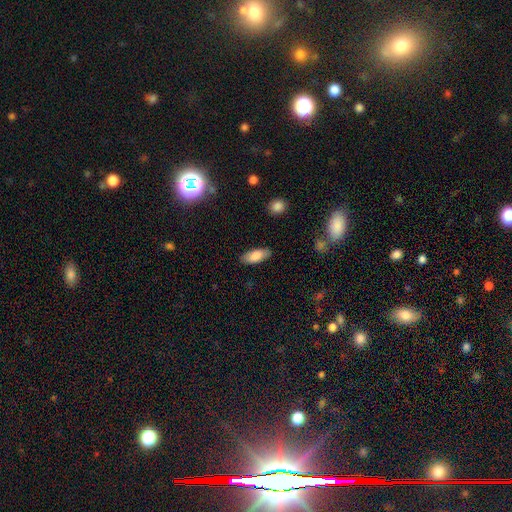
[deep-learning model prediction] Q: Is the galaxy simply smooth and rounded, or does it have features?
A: smooth — 81%.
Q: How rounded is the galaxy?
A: in between — 81%.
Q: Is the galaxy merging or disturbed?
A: none — 86%.